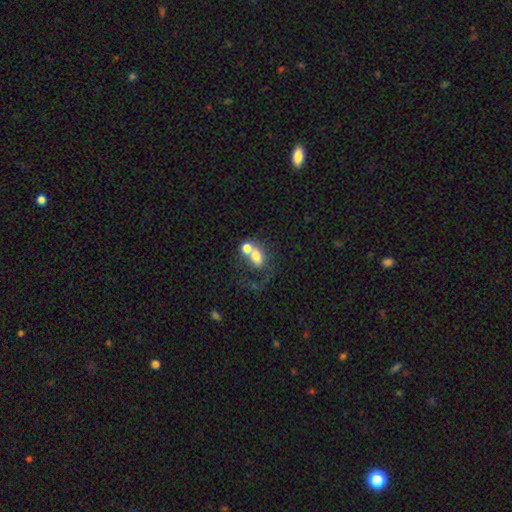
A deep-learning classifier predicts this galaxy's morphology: Overall: smooth (65%). How rounded: in between (57%; round 42%). Merging: merger (60%).